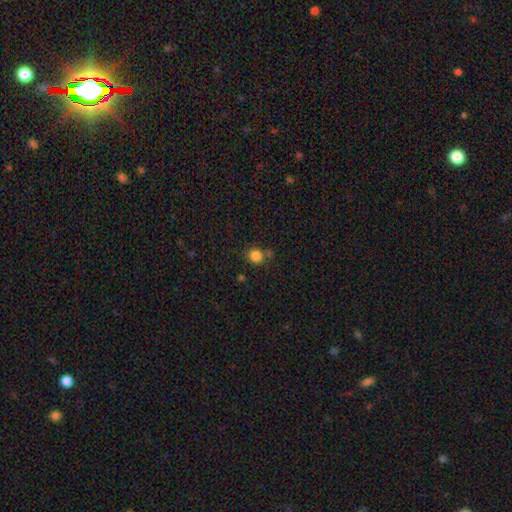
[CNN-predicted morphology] The model was most divided on "merging": none: 71%, minor disturbance: 14%, merger: 11%, major disturbance: 4%. More confident: how rounded — round (83%); smooth or featured — smooth (83%).